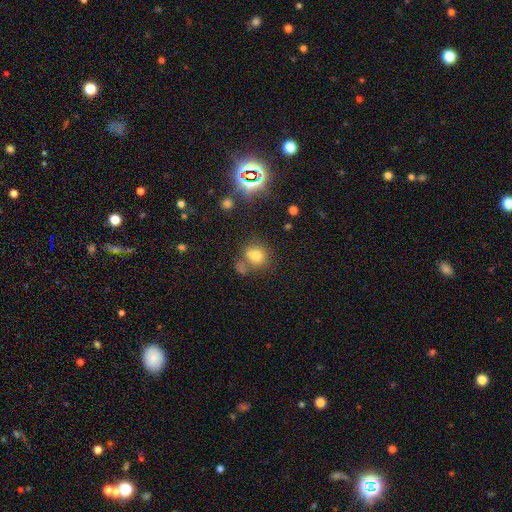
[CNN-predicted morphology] Smooth or featured? smooth (72%)
How rounded? round (76%)
Merging? none (53%)